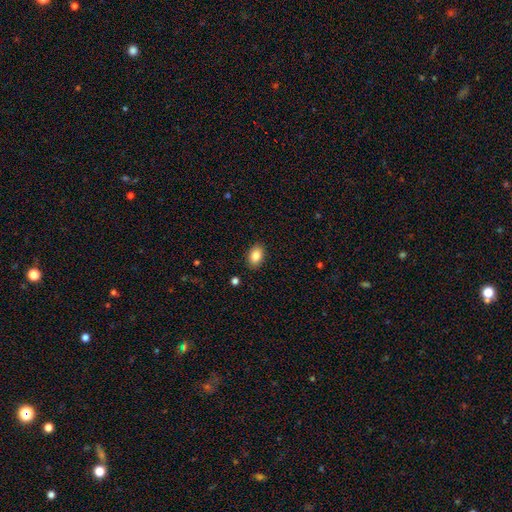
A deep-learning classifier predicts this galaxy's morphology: Smooth or featured? Predicted: smooth (p=0.87). How rounded? Predicted: in between (p=0.87). Merging? Predicted: none (p=0.88).